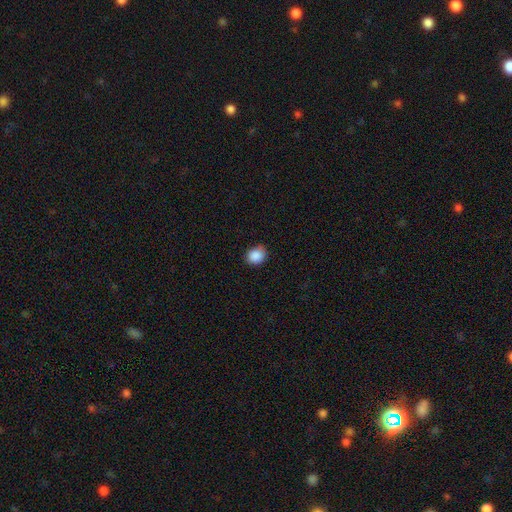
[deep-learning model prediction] A smooth galaxy with no disk features (88%) that is round (54%).

Vote fractions:
- Smooth or featured? smooth: 88% / star or artifact: 8% / featured or disk: 3%
- How rounded? round: 54% / in between: 46% / cigar-shaped: 1%
- Merging? none: 78% / minor disturbance: 18% / major disturbance: 3% / merger: 1%